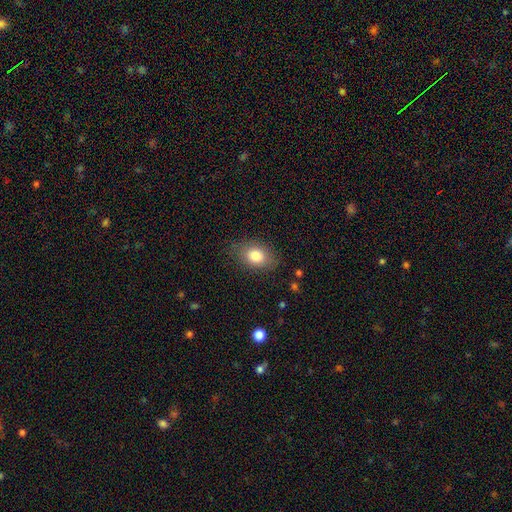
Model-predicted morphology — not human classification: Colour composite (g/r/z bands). It shows a smooth galaxy with no disk features (81%) that is in between round and cigar-shaped (79%). Merging: none (80%).